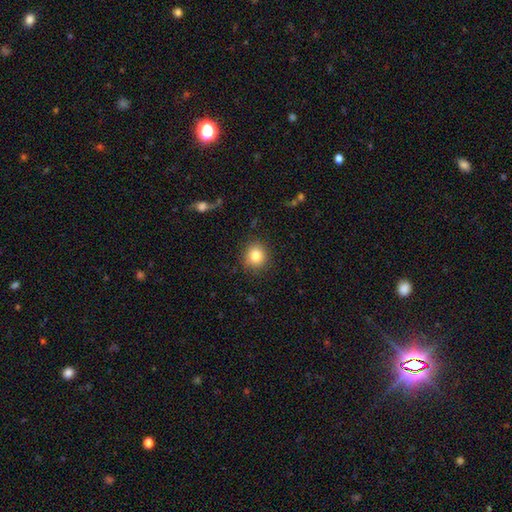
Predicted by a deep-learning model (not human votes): Smooth or featured? Predicted: smooth (p=0.82). How rounded? Predicted: round (p=0.86). Merging? Predicted: none (p=0.88).